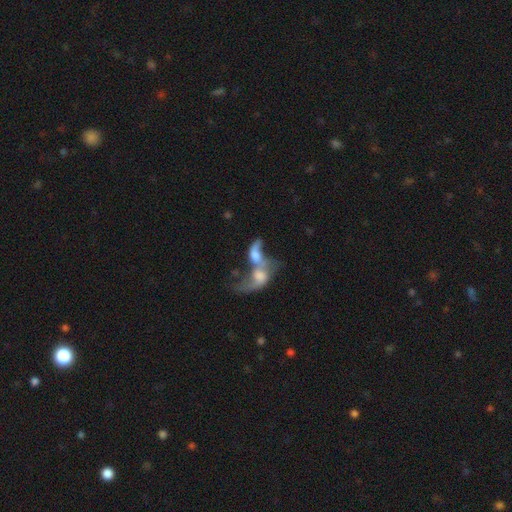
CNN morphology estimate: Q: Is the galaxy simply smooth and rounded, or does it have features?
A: featured or disk — 57%.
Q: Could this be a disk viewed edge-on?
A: no — 94%.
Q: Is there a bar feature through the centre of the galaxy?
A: no — 69%.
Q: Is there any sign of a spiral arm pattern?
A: yes — 58%.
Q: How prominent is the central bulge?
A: moderate — 35%.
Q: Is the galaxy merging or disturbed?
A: merger — 80%.